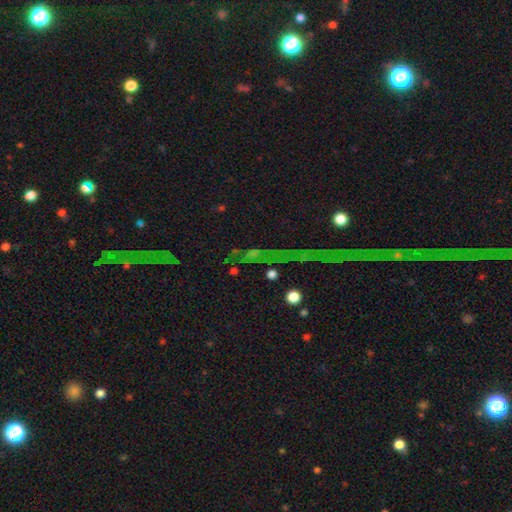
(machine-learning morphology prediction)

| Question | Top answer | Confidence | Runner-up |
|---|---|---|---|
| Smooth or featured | star or artifact | 60% | smooth (21%) |